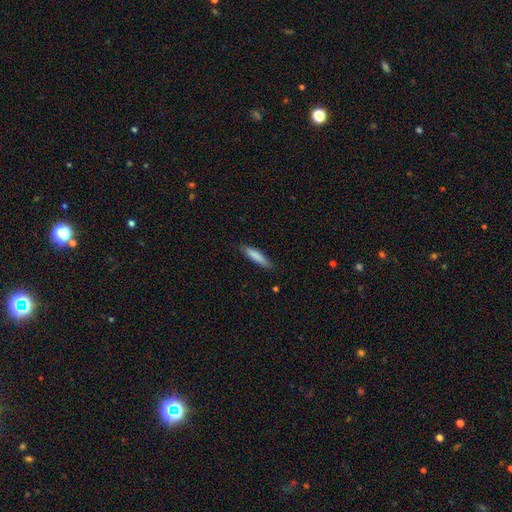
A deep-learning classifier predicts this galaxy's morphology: This appears to be a smooth galaxy with no disk features (82%) that is cigar-shaped (82%). Merging: none (84%).